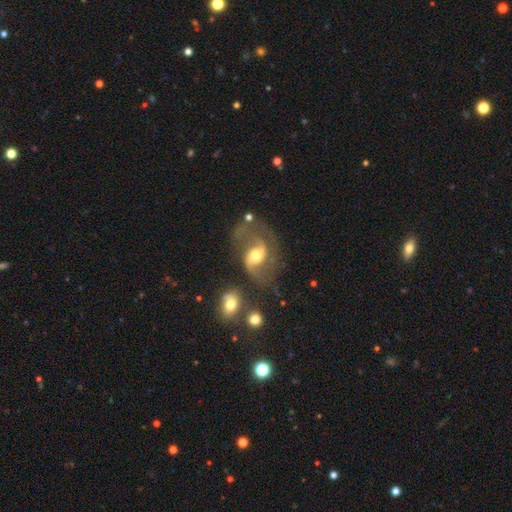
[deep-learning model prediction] Smooth or featured? featured or disk (82%)
Edge-on disk? no (97%)
Bar? weak (42%)
Spiral arms? yes (93%)
Spiral winding? loose (48%)
Spiral arm count? 2 (88%)
Bulge size? moderate (65%)
Merging? none (51%)